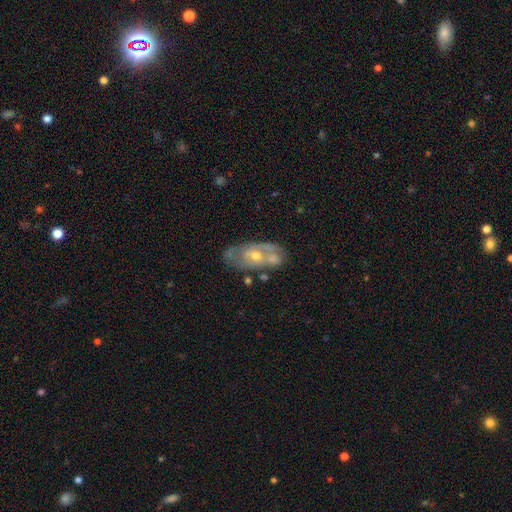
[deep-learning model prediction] A featured or disk galaxy (72%) with no bar (73%), spiral arms (55%) and a moderate central bulge (58%). Merging: none (56%).